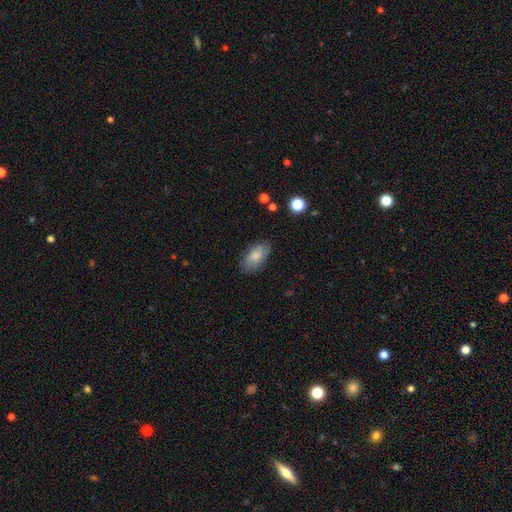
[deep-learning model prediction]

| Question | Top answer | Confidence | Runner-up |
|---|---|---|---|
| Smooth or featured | smooth | 79% | featured or disk (14%) |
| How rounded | in between | 93% | round (4%) |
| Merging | none | 81% | minor disturbance (15%) |